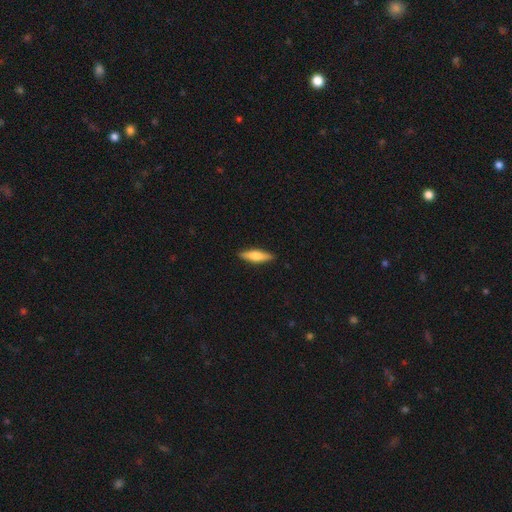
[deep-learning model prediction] Q: Smooth or featured?
A: smooth (58%); runner-up: featured or disk (37%)
Q: How rounded?
A: cigar-shaped (66%); runner-up: in between (32%)
Q: Merging?
A: none (90%); runner-up: minor disturbance (7%)